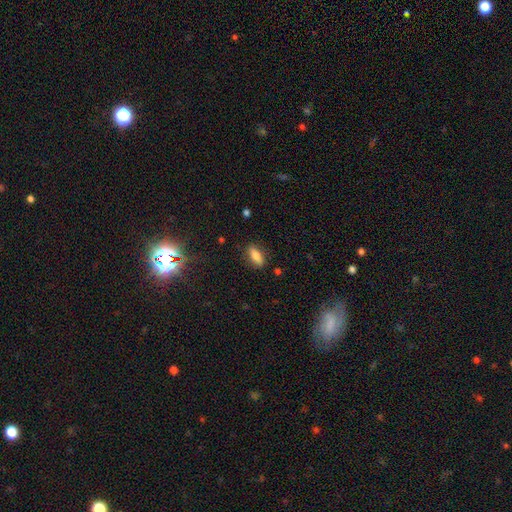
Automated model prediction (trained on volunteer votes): Overall: smooth (79%). How rounded: in between (75%). Merging: none (84%).